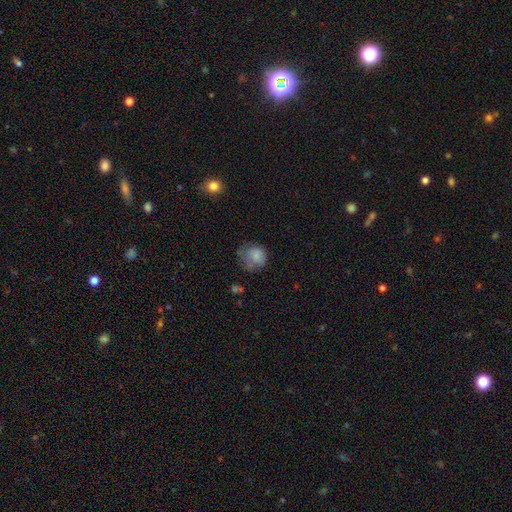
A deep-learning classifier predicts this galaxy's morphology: A smooth galaxy with no disk features (76%) that is round (73%). Merging: none (44%).